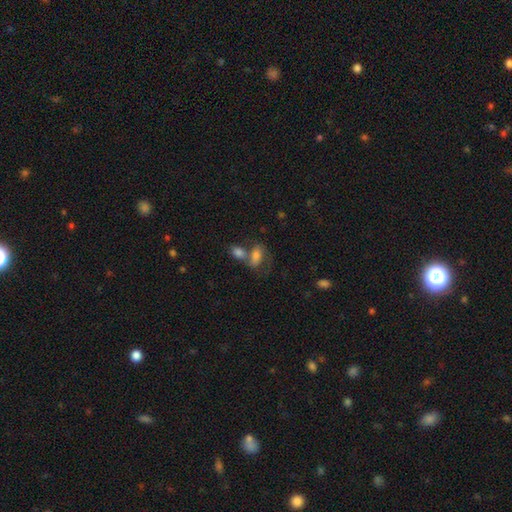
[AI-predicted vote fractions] This appears to be a smooth galaxy with no disk features (67%) that is in between round and cigar-shaped (85%). Merging: merger (53%).